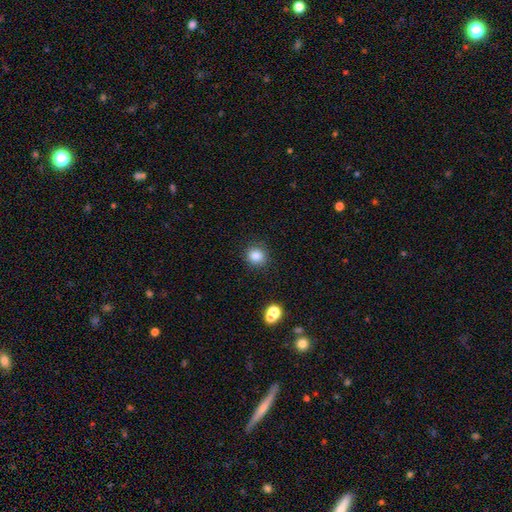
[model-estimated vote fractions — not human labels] Smooth or featured: smooth — 85% (star or artifact — 11%)
How rounded: round — 82% (in between — 17%)
Merging: none — 87% (minor disturbance — 9%)